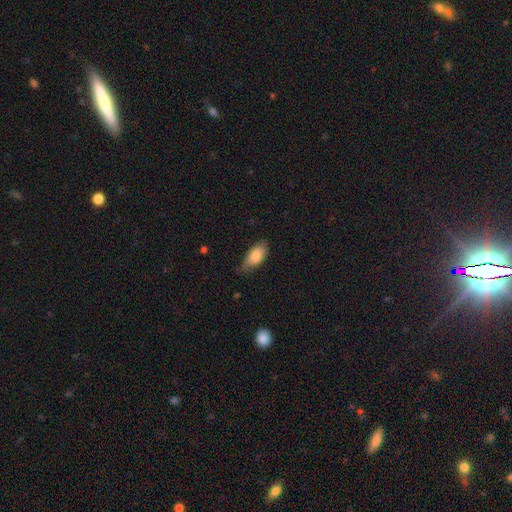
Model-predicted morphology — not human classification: The model was most divided on "merging": none: 52%, minor disturbance: 38%, major disturbance: 8%, merger: 2%. More confident: how rounded — in between (88%); smooth or featured — smooth (82%).